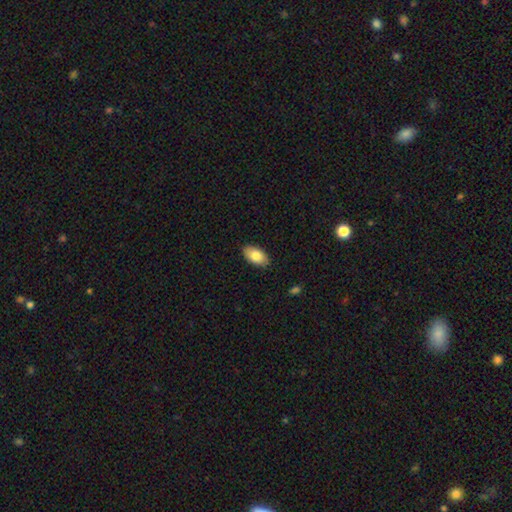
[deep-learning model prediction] This appears to be a smooth galaxy with no disk features (83%) that is in between round and cigar-shaped (94%). Merging: none (87%).